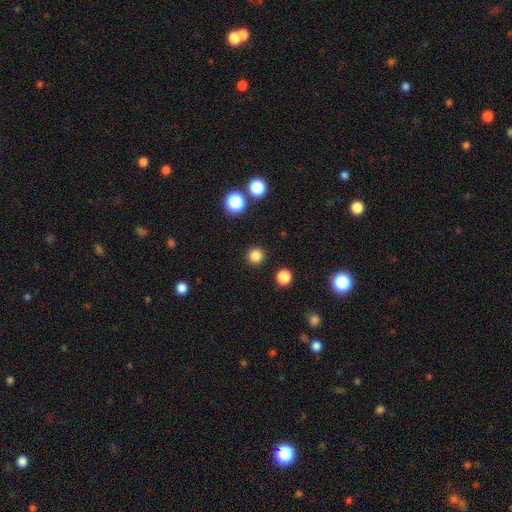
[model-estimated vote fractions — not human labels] Overall: smooth (83%). How rounded: round (95%). Merging: none (92%).